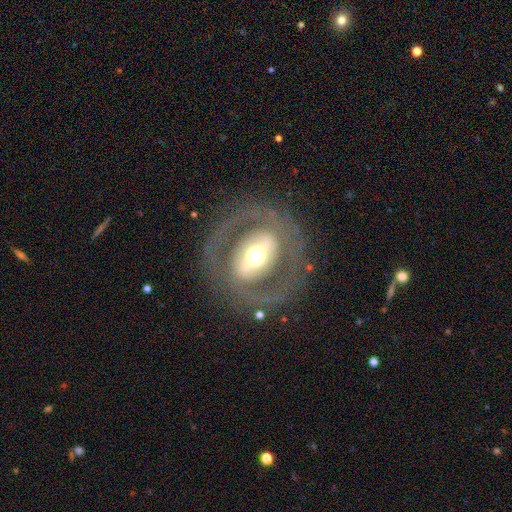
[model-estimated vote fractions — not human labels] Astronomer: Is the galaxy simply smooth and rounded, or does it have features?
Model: featured or disk — 72%.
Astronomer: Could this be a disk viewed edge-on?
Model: no — 93%.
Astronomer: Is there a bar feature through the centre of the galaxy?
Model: strong — 48% (runner-up: no, 28%).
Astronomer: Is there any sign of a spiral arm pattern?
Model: no — 59% (runner-up: yes, 41%).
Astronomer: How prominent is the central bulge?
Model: moderate — 55%.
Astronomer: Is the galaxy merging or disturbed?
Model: none — 75%.